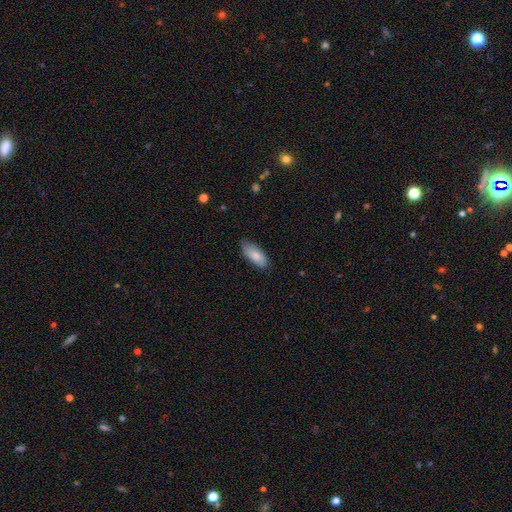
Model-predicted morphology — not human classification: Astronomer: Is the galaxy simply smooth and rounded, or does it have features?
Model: smooth — 85%.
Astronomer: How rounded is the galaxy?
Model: in between — 82%.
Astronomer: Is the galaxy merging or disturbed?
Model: none — 82%.